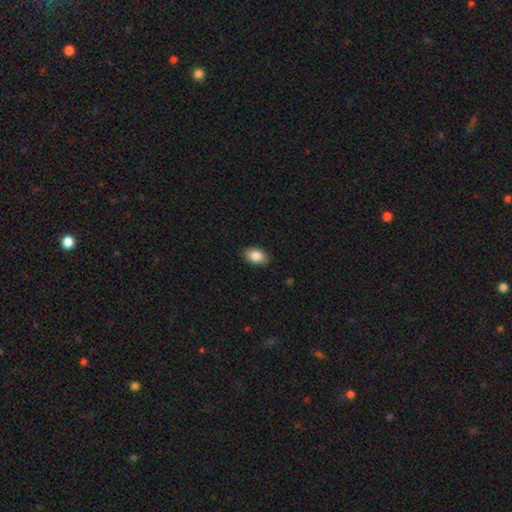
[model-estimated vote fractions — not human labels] smooth 87%, star or artifact 7%, featured or disk 6%. Down the decision tree: how rounded — in between (90%); merging — none (88%).